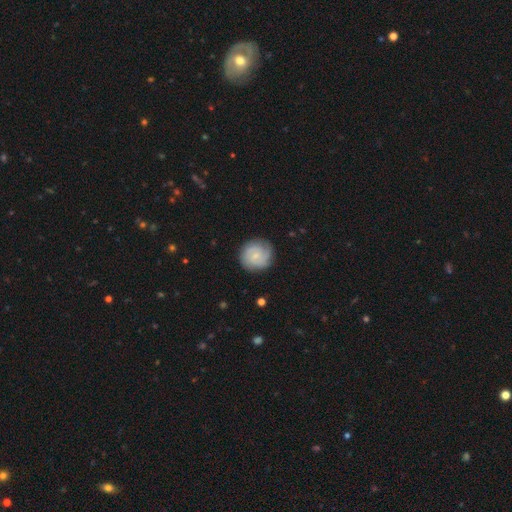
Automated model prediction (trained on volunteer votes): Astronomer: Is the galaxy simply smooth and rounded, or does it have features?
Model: featured or disk — 53% (runner-up: smooth, 40%).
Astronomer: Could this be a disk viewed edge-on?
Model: no — 98%.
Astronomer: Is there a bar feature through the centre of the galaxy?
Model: no — 62%.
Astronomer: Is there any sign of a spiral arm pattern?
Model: yes — 88%.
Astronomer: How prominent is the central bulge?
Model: small — 73%.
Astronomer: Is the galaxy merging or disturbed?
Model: none — 83%.